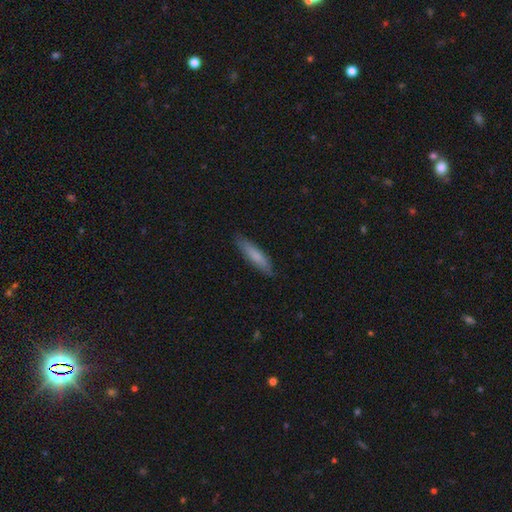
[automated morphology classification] Smooth or featured? Predicted: smooth (p=0.75). How rounded? Predicted: cigar-shaped (p=0.85). Merging? Predicted: none (p=0.87).